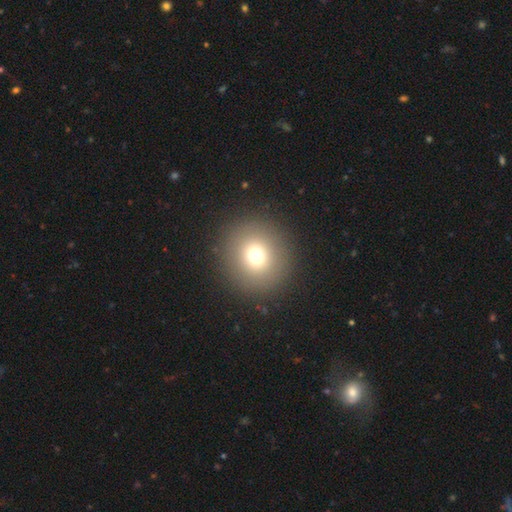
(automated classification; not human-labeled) smooth-or-featured: smooth: 73% | star or artifact: 16% | featured or disk: 12%
  how-rounded: round: 93% | in between: 6% | cigar-shaped: 1%
  merging: none: 90% | minor disturbance: 5% | major disturbance: 3% | merger: 1%